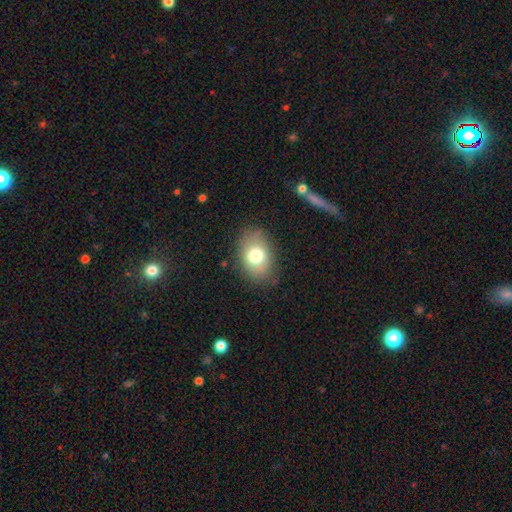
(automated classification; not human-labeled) smooth_or_featured: smooth (p=0.74) [alt: featured or disk p=0.16]
how_rounded: in between (p=0.78) [alt: round p=0.21]
merging: none (p=0.79) [alt: minor disturbance p=0.14]